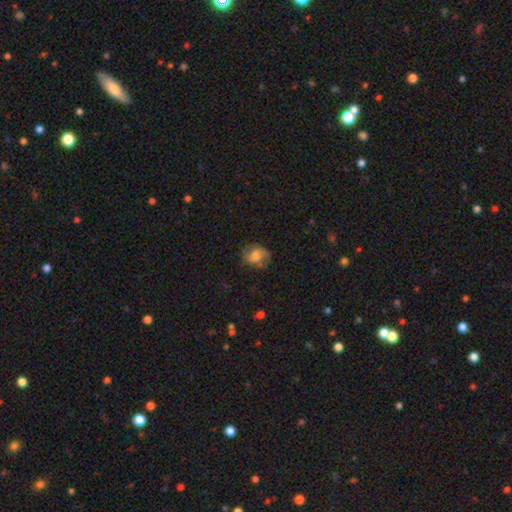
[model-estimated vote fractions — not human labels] Smooth or featured: smooth — 54% (featured or disk — 37%)
How rounded: round — 54% (in between — 45%)
Merging: none — 69% (minor disturbance — 21%)